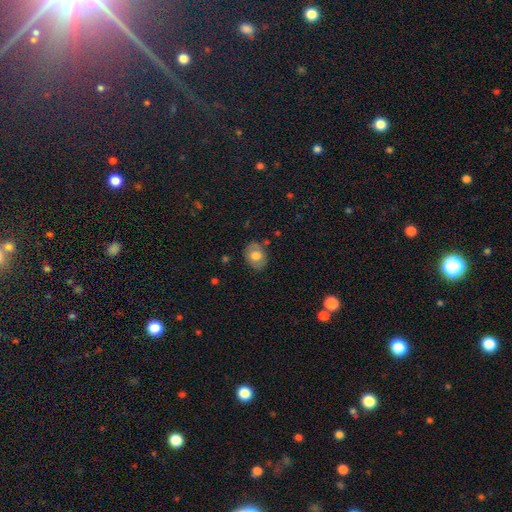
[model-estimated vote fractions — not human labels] The model was most divided on "how rounded": in between: 65%, round: 34%, cigar-shaped: 1%. More confident: merging — none (79%); smooth or featured — smooth (67%).